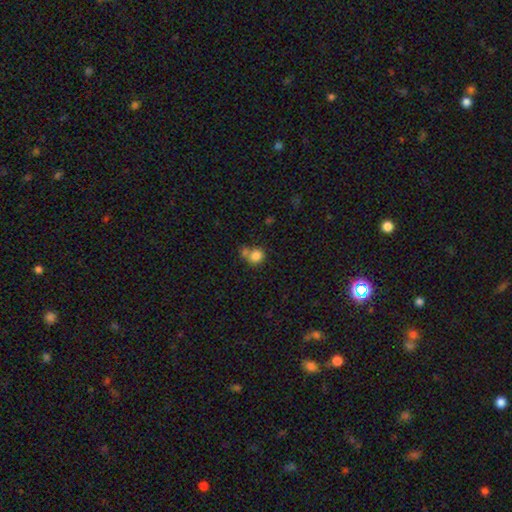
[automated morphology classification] type=smooth (82%); roundness=round (78%); merging=none (46%).